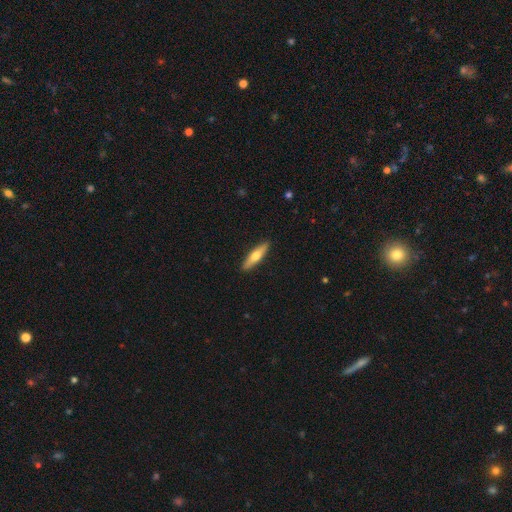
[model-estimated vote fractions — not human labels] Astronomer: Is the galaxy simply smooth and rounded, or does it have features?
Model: smooth — 52% (runner-up: featured or disk, 43%).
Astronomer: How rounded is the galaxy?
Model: cigar-shaped — 76%.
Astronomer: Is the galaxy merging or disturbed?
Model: none — 91%.